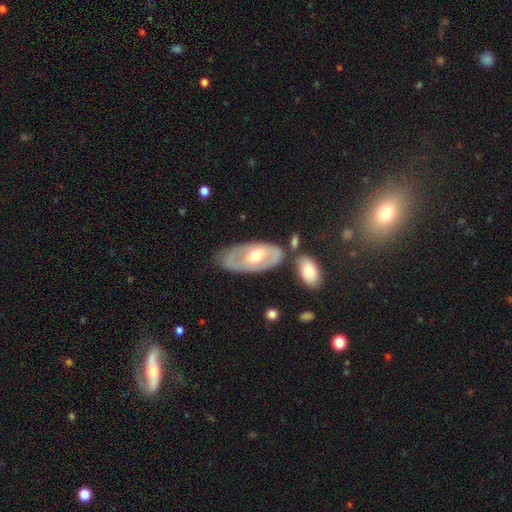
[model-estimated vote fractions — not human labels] Smooth or featured?
  - featured or disk: 60% *
  - smooth: 35%
  - star or artifact: 5%
Edge-on disk?
  - no: 86% *
  - yes: 14%
Bar?
  - no: 66% *
  - weak: 25%
  - strong: 9%
Spiral arms?
  - no: 70% *
  - yes: 30%
Bulge size?
  - moderate: 74% *
  - large: 12%
  - small: 12%
  - none: 1%
  - dominant: 1%
Merging?
  - none: 63% *
  - minor disturbance: 19%
  - merger: 11%
  - major disturbance: 7%